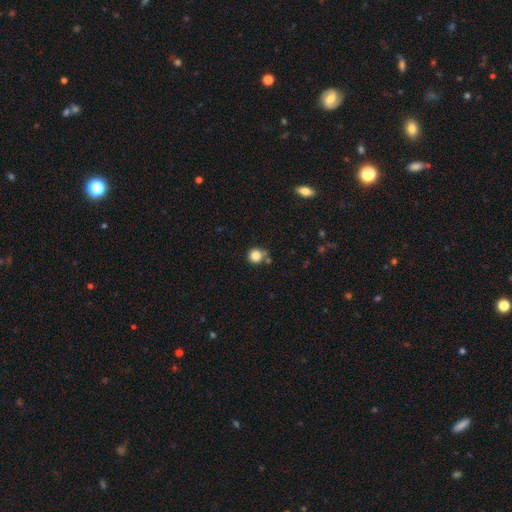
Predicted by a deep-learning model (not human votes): This appears to be a smooth galaxy with no disk features (84%) that is round (93%). Merging: none (74%).